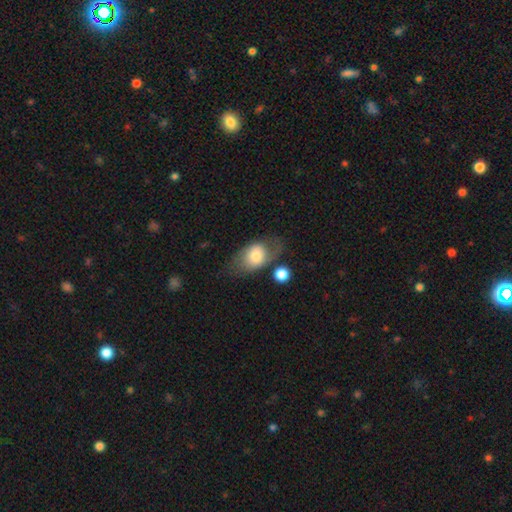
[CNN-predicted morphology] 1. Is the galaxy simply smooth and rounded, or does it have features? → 67% smooth, 26% featured or disk, 7% star or artifact.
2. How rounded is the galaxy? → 76% in between, 22% round, 2% cigar-shaped.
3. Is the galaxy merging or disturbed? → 50% none, 24% minor disturbance, 16% major disturbance, 10% merger.